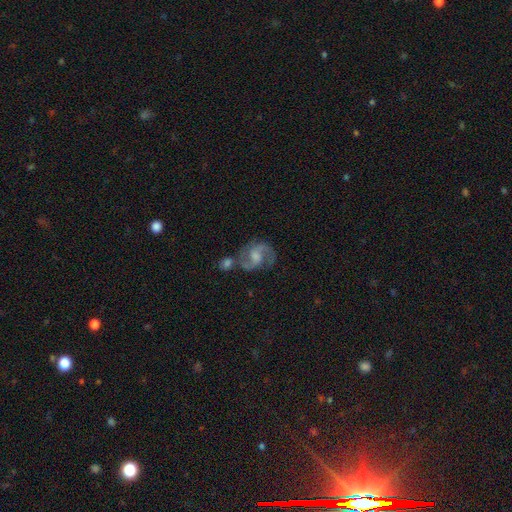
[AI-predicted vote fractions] Smooth or featured?
  - featured or disk: 83% *
  - smooth: 10%
  - star or artifact: 7%
Edge-on disk?
  - no: 98% *
  - yes: 2%
Bar?
  - weak: 49% *
  - no: 38%
  - strong: 13%
Spiral arms?
  - yes: 95% *
  - no: 5%
Spiral winding?
  - medium: 58% *
  - loose: 24%
  - tight: 19%
Spiral arm count?
  - 2: 88% *
  - can't tell: 4%
  - 3: 3%
  - 1: 3%
  - 4: 1%
  - more than 4: 1%
Bulge size?
  - moderate: 48% *
  - small: 29%
  - none: 13%
  - large: 9%
  - dominant: 2%
Merging?
  - none: 56% *
  - merger: 20%
  - minor disturbance: 15%
  - major disturbance: 9%